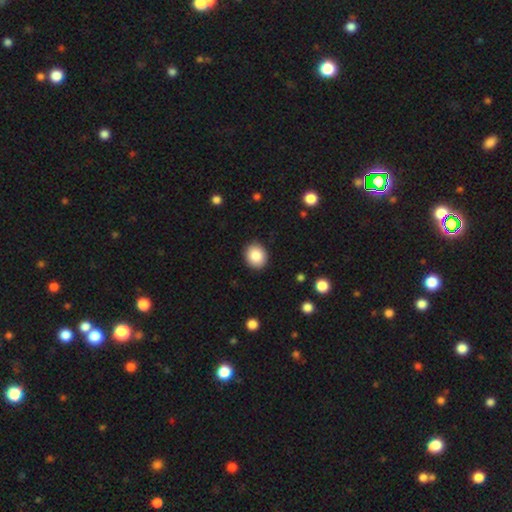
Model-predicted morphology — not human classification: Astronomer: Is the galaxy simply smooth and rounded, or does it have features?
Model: smooth — 87%.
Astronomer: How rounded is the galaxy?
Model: round — 66%.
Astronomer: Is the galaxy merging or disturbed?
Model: none — 90%.